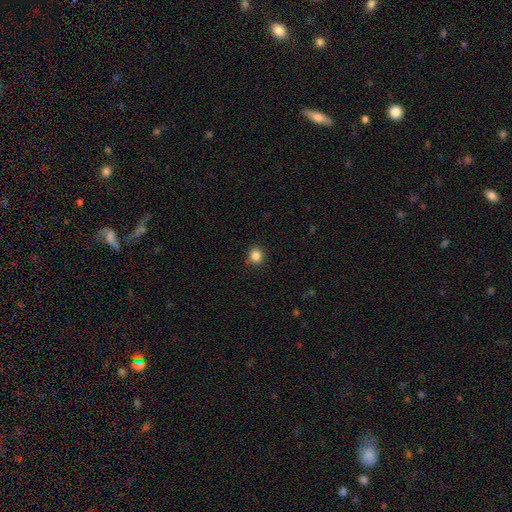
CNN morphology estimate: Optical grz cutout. It shows a smooth galaxy with no disk features (85%) that is round (79%). Merging: none (86%).